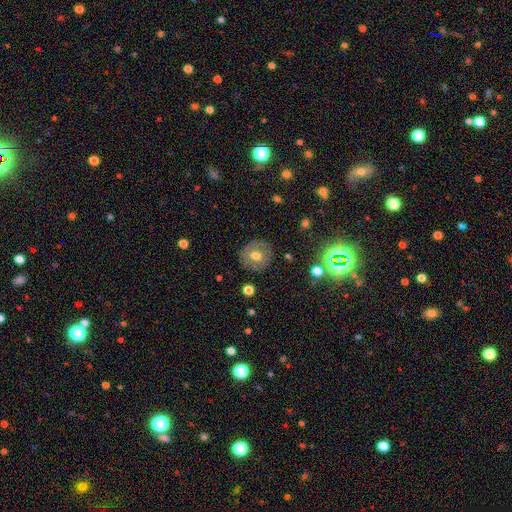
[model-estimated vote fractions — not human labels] Smooth or featured: smooth — 61% (featured or disk — 29%)
How rounded: round — 87% (in between — 12%)
Merging: none — 85% (minor disturbance — 10%)